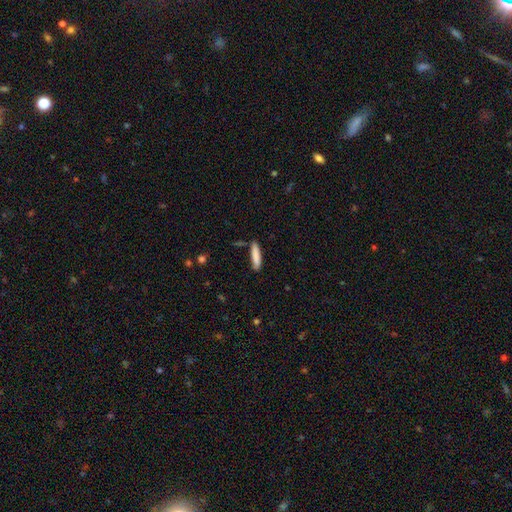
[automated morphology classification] Smooth or featured?
  - smooth: 84% *
  - featured or disk: 9%
  - star or artifact: 6%
How rounded?
  - cigar-shaped: 84% *
  - in between: 14%
  - round: 1%
Merging?
  - none: 82% *
  - minor disturbance: 12%
  - merger: 3%
  - major disturbance: 2%